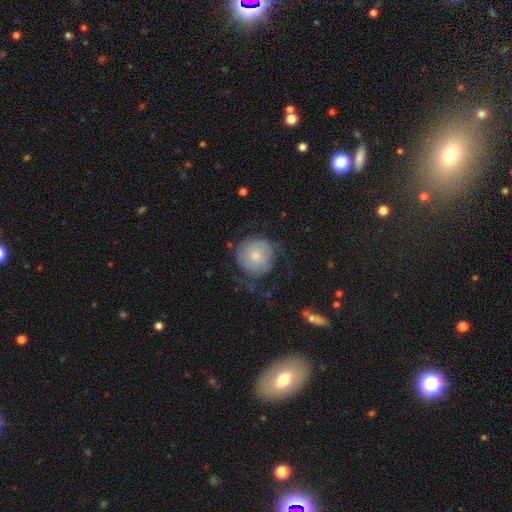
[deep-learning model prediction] Morphology: type=smooth (61%); roundness=round (92%); merging=none (55%).